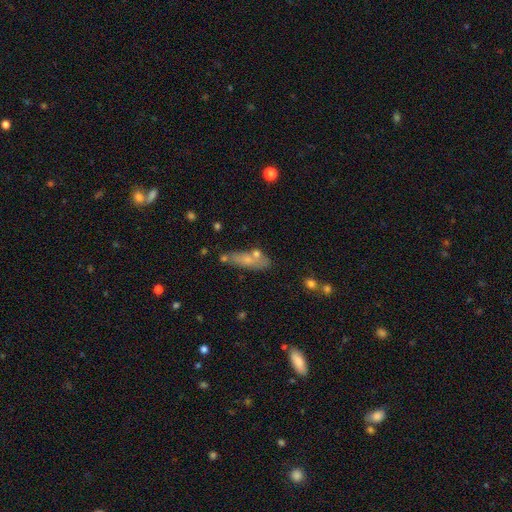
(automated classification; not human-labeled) smooth 52%, featured or disk 32%, star or artifact 16%. Down the decision tree: how rounded — cigar-shaped (55%); merging — none (63%).